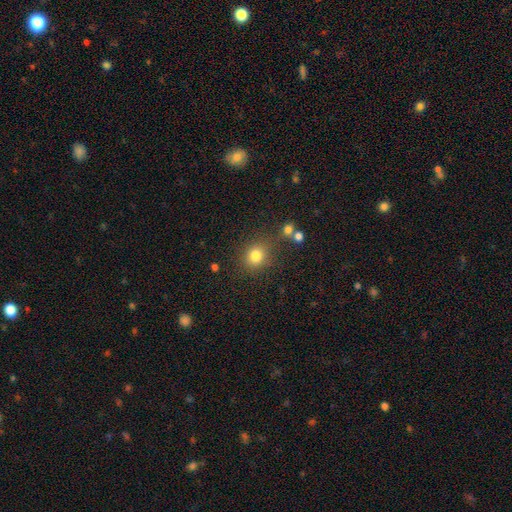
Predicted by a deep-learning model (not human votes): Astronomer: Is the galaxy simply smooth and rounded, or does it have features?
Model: smooth — 80%.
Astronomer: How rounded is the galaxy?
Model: round — 79%.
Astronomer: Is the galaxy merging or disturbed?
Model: none — 76%.